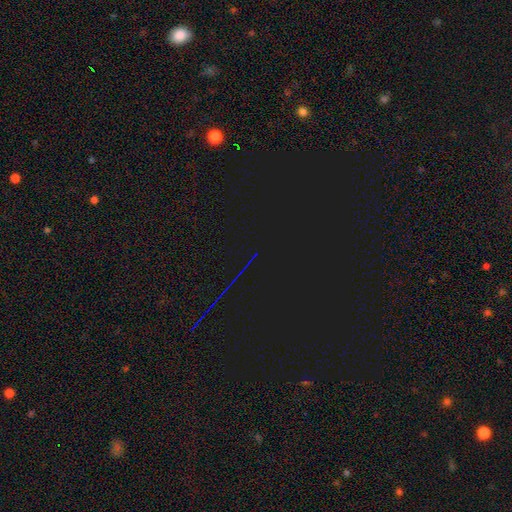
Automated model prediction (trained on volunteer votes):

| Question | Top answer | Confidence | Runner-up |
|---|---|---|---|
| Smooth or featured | star or artifact | 86% | smooth (8%) |